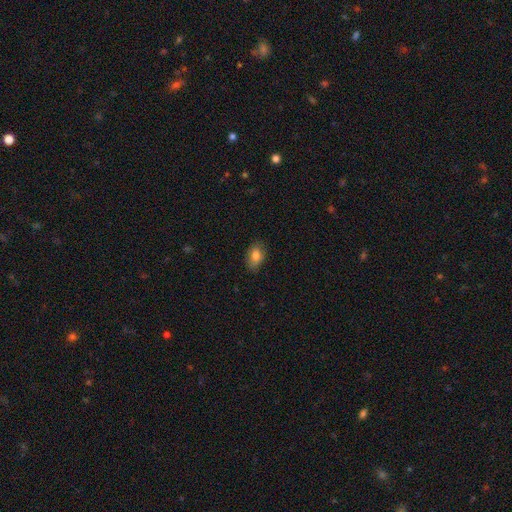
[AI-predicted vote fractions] This is clearly a smooth galaxy (80%). How rounded: clearly in between (88%). Merging: clearly none (82%).